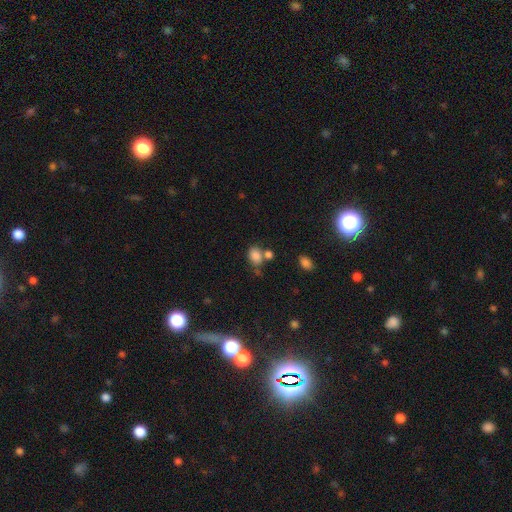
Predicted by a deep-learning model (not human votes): smooth 82%, star or artifact 11%, featured or disk 7%. Down the decision tree: how rounded — in between (61%); merging — none (48%).